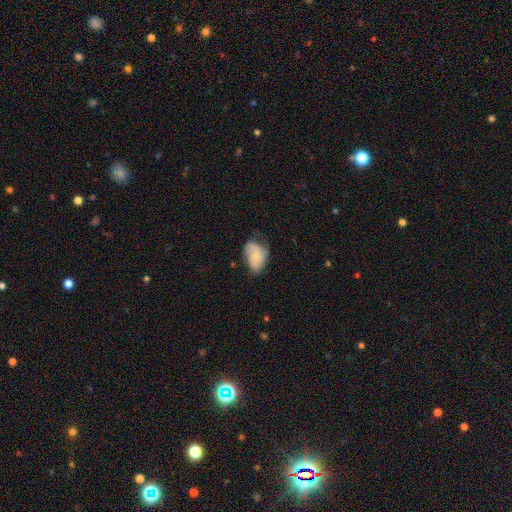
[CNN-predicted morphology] smooth-or-featured: smooth: 48% | featured or disk: 45% | star or artifact: 7%
  merging: none: 40% | minor disturbance: 39% | major disturbance: 19% | merger: 2%